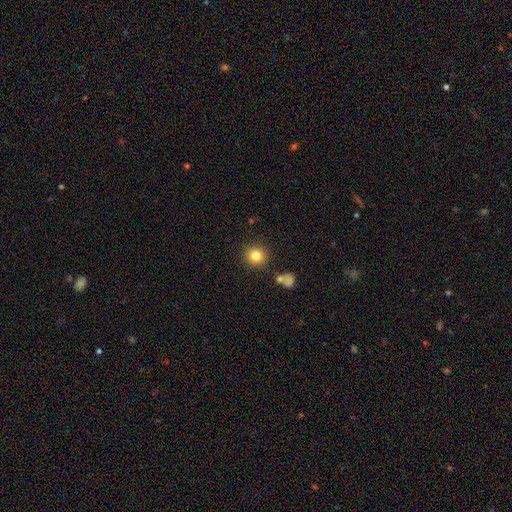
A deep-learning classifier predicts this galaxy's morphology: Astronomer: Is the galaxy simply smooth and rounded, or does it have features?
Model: smooth — 82%.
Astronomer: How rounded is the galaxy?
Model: round — 93%.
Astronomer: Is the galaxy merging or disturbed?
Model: none — 88%.